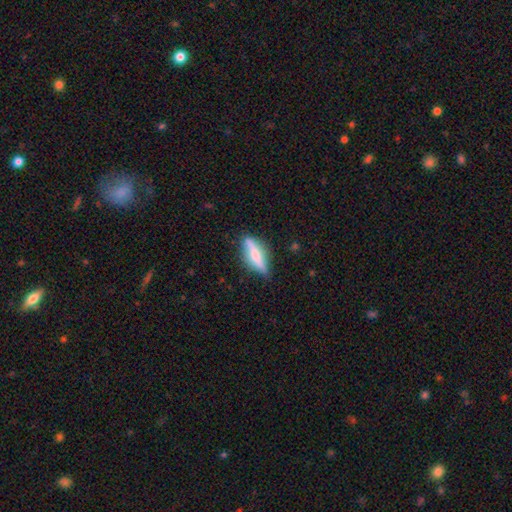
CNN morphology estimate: Smooth or featured?
  - featured or disk: 54% *
  - smooth: 40%
  - star or artifact: 6%
Edge-on disk?
  - yes: 83% *
  - no: 17%
Merging?
  - none: 76% *
  - minor disturbance: 17%
  - major disturbance: 4%
  - merger: 2%